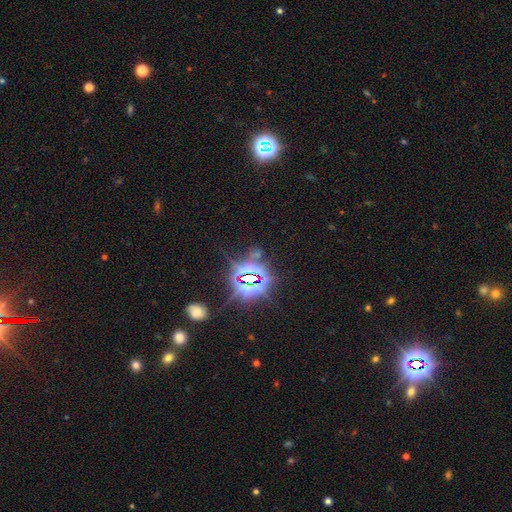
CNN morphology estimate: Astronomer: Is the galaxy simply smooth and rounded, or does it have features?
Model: star or artifact — 82%.